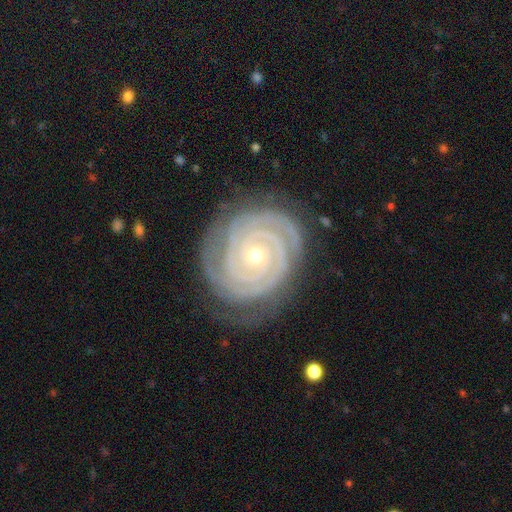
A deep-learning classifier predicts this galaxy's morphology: Overall: featured or disk (91%). Edge-on disk: no (98%). Bar: no (77%). Spiral arms: yes (99%). Spiral arm count: 2 (38%; 3 24%). Spiral winding: tight (91%). Bulge size: small (68%; moderate 29%). Merging: none (78%).